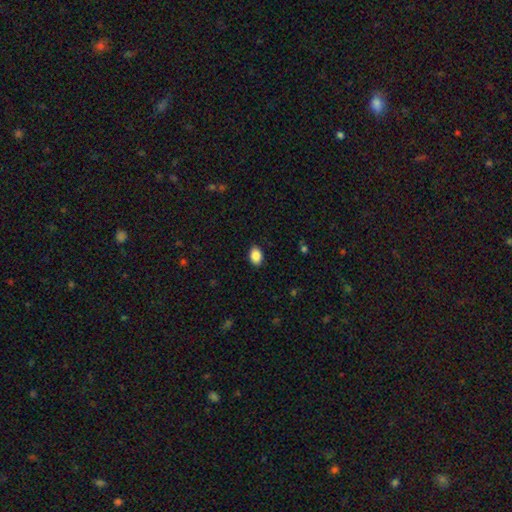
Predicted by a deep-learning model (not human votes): Smooth or featured: smooth — 88% (star or artifact — 8%)
How rounded: in between — 83% (round — 16%)
Merging: none — 89% (minor disturbance — 8%)